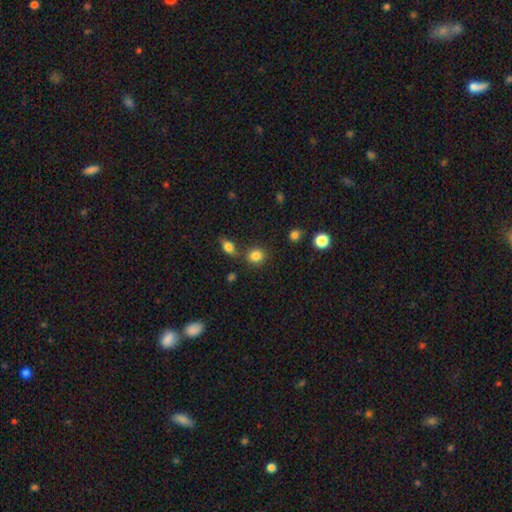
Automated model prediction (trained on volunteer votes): smooth 83%, star or artifact 11%, featured or disk 6%. Down the decision tree: how rounded — round (75%); merging — none (73%).